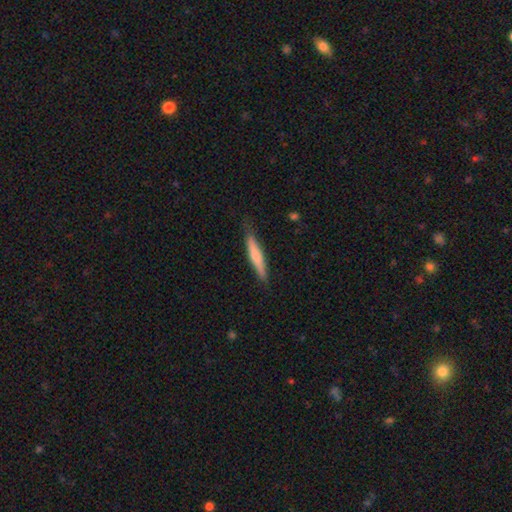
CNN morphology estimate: Overall: smooth (64%; featured or disk 30%). How rounded: cigar-shaped (92%). Merging: none (82%).